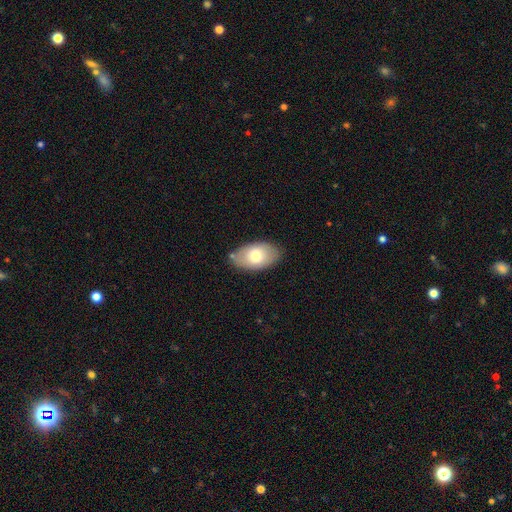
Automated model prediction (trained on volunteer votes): This appears to be a smooth galaxy with no disk features (72%) that is in between round and cigar-shaped (94%). Merging: none (80%).